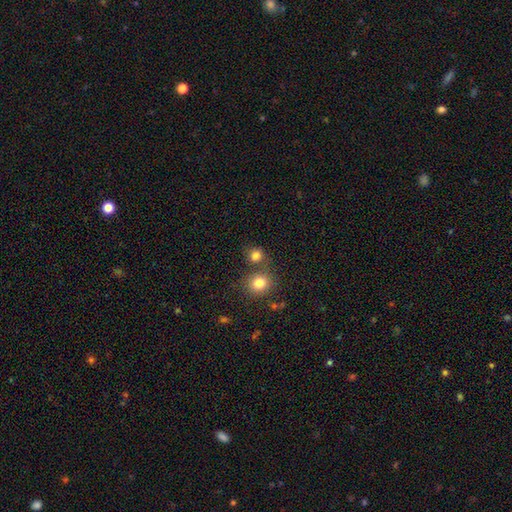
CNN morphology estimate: This is clearly a smooth galaxy (81%). How rounded: clearly round (85%). Merging: likely none (65%).